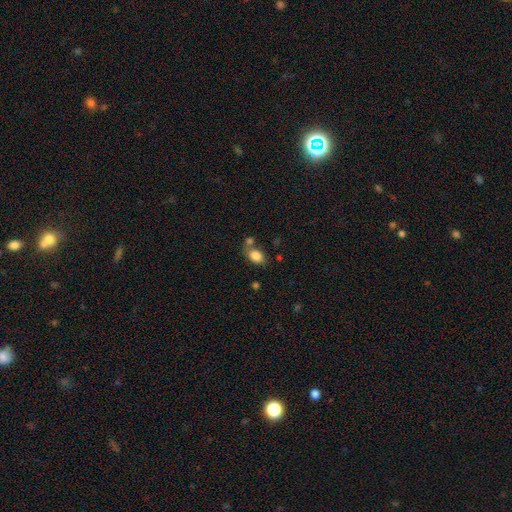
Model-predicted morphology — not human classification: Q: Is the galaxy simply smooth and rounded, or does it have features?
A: smooth — 83%.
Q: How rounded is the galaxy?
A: in between — 79%.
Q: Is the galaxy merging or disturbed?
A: none — 57%.